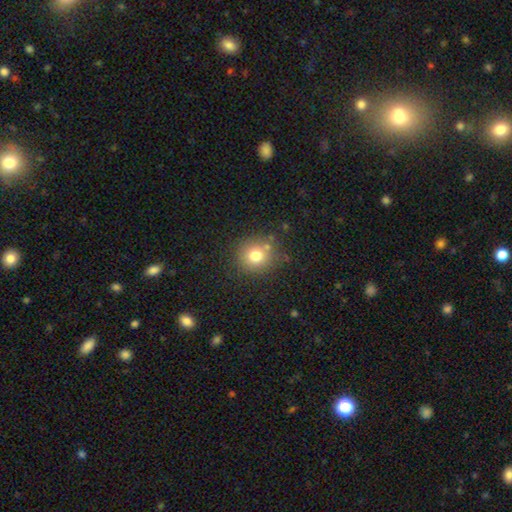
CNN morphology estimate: A smooth galaxy with no disk features (75%) that is round (90%). Merging: none (79%).